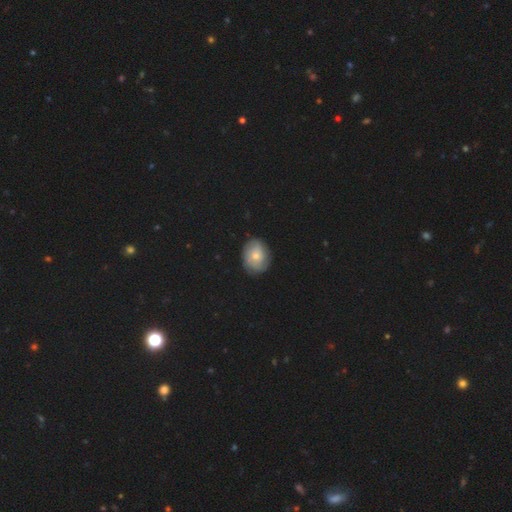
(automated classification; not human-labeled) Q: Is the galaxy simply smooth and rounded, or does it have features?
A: smooth — 50%.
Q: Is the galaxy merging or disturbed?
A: none — 79%.